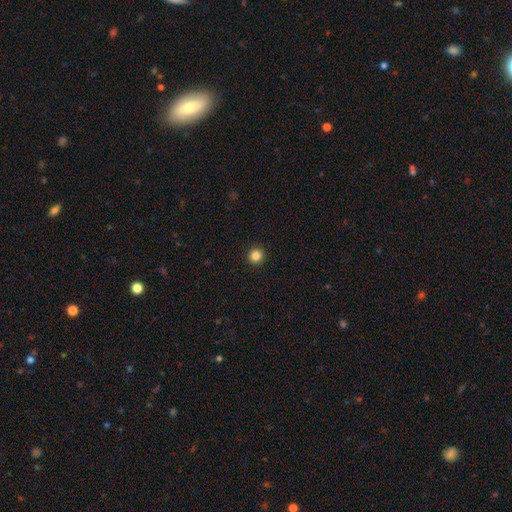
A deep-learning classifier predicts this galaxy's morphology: Smooth or featured: smooth — 85% (star or artifact — 11%)
How rounded: round — 95% (in between — 4%)
Merging: none — 93% (minor disturbance — 4%)